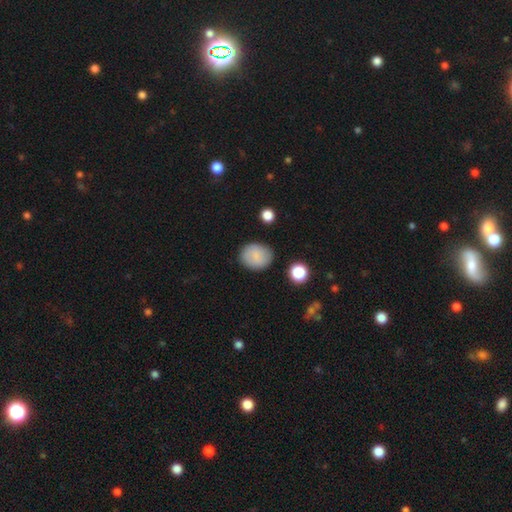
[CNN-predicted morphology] This appears to be a smooth galaxy with no disk features (82%) that is round (60%). Merging: none (84%).